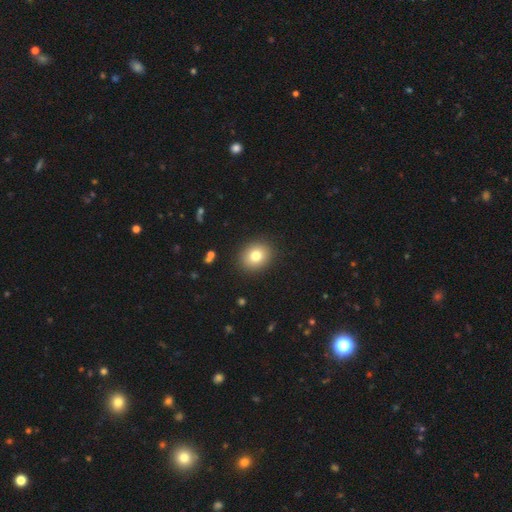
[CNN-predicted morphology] smooth_or_featured: smooth (p=0.79) [alt: star or artifact p=0.11]
how_rounded: round (p=0.66) [alt: in between p=0.33]
merging: none (p=0.90) [alt: minor disturbance p=0.07]